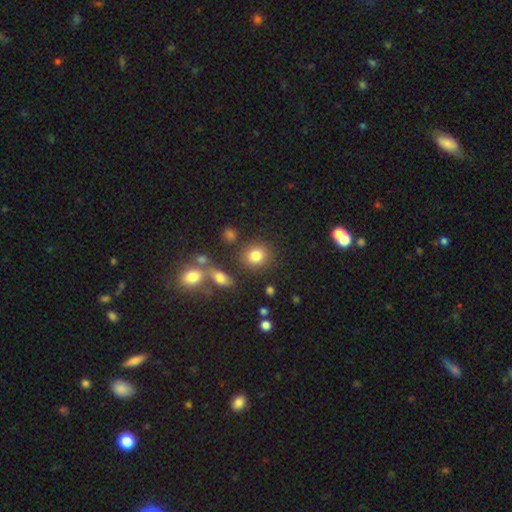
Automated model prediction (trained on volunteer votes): Morphology: type=smooth (81%); roundness=round (77%); merging=none (78%).